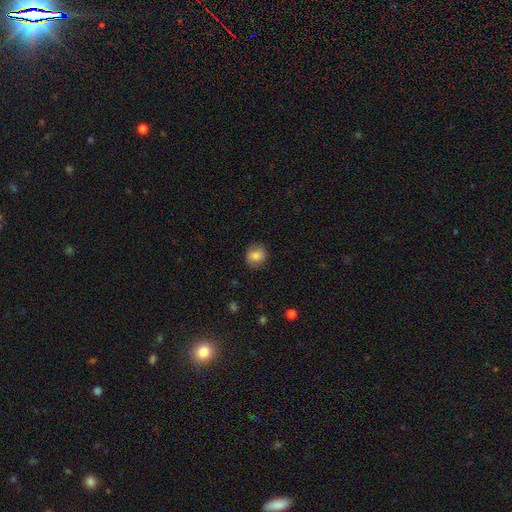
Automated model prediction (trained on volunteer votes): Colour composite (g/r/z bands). It shows a smooth galaxy with no disk features (83%) that is round (77%). Merging: none (84%).